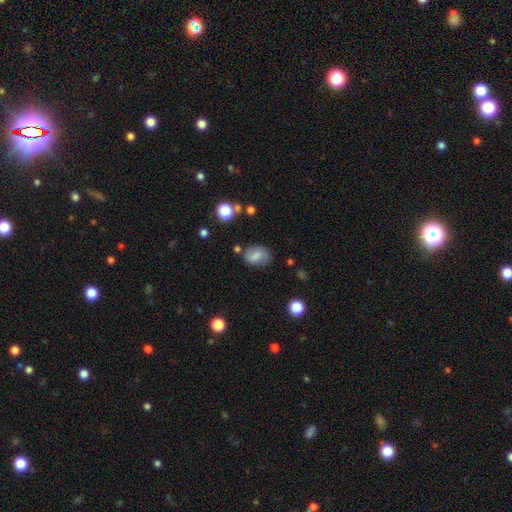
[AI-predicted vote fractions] Q: Smooth or featured?
A: smooth (67%); runner-up: featured or disk (23%)
Q: How rounded?
A: in between (67%); runner-up: round (31%)
Q: Merging?
A: none (68%); runner-up: minor disturbance (21%)